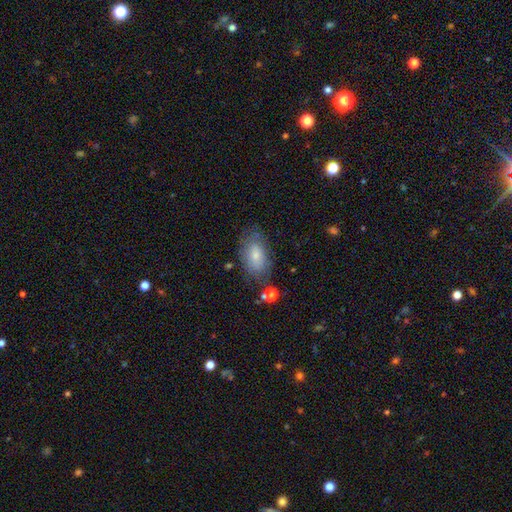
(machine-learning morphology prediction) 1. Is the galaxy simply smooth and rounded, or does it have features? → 71% smooth, 21% featured or disk, 8% star or artifact.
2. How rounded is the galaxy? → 91% in between, 7% round, 2% cigar-shaped.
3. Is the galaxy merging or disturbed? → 68% none, 20% minor disturbance, 8% major disturbance, 4% merger.